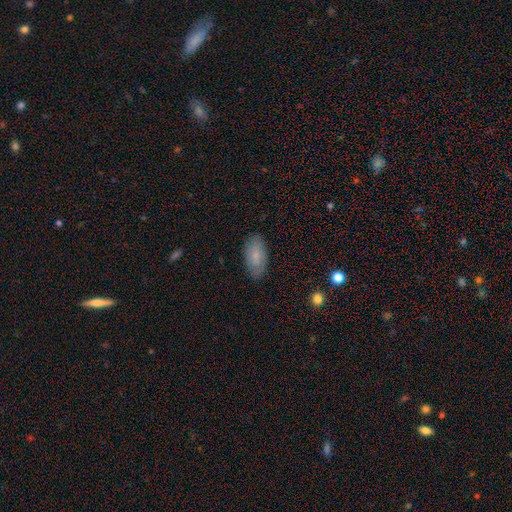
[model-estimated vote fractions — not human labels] A smooth galaxy with no disk features (69%) that is in between round and cigar-shaped (93%). Merging: none (82%).